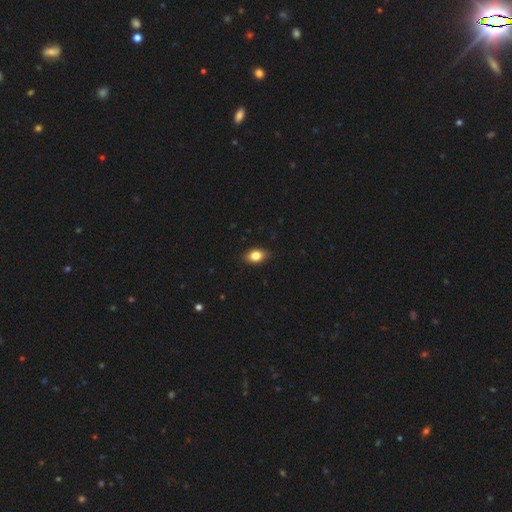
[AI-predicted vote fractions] Q: Smooth or featured?
A: smooth (82%); runner-up: featured or disk (9%)
Q: How rounded?
A: in between (78%); runner-up: round (19%)
Q: Merging?
A: none (85%); runner-up: minor disturbance (12%)